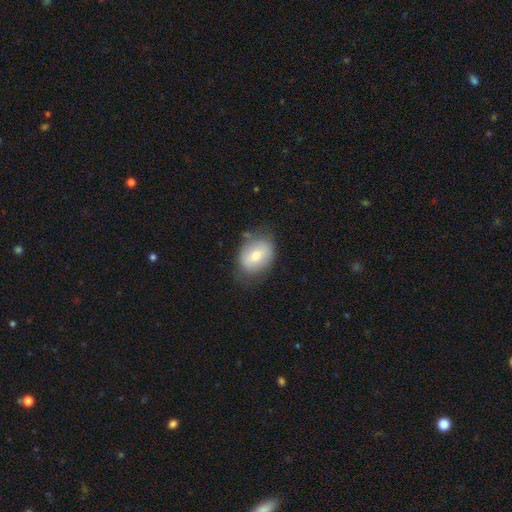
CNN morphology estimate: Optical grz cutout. It shows a smooth galaxy with no disk features (71%) that is in between round and cigar-shaped (67%). Merging: none (69%).